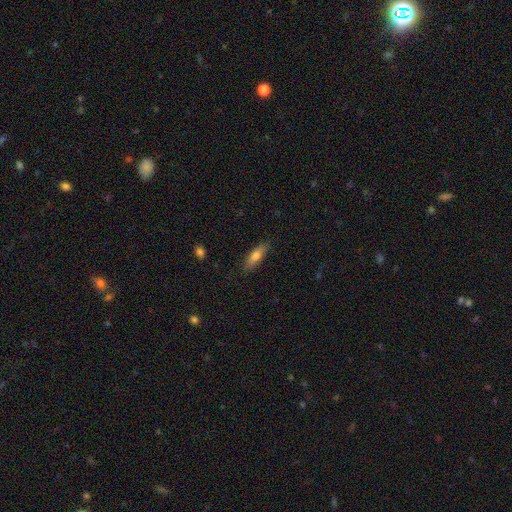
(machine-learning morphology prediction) type=smooth (71%); roundness=cigar-shaped (56%); merging=none (85%).